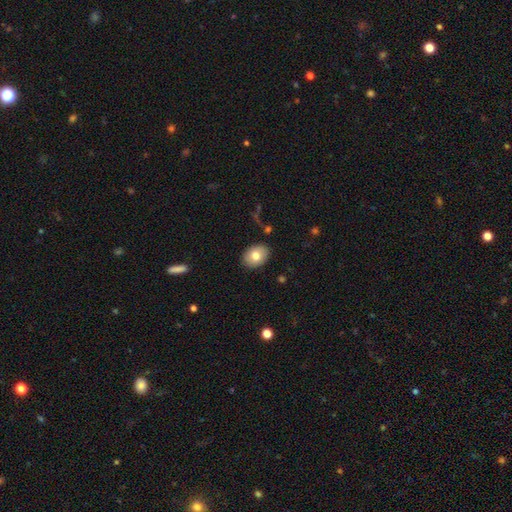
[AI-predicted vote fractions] A smooth galaxy with no disk features (76%) that is in between round and cigar-shaped (70%). Merging: none (87%).